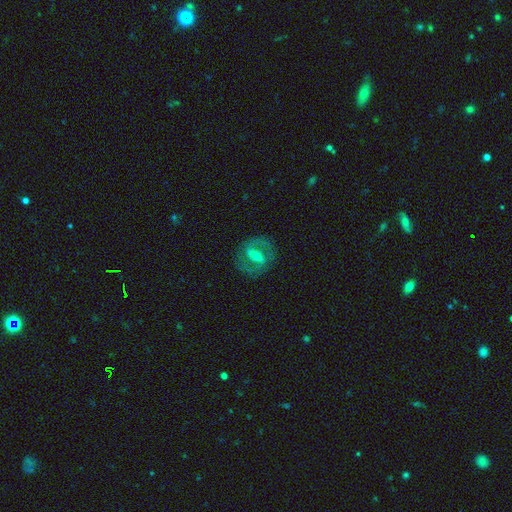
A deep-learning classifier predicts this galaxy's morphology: Q: Smooth or featured?
A: featured or disk (76%); runner-up: smooth (17%)
Q: Edge-on disk?
A: no (93%); runner-up: yes (7%)
Q: Bar?
A: strong (56%); runner-up: weak (32%)
Q: Spiral arms?
A: yes (73%); runner-up: no (27%)
Q: Spiral winding?
A: medium (50%); runner-up: tight (34%)
Q: Spiral arm count?
A: 2 (86%); runner-up: can't tell (8%)
Q: Bulge size?
A: moderate (50%); runner-up: small (42%)
Q: Merging?
A: none (80%); runner-up: minor disturbance (11%)